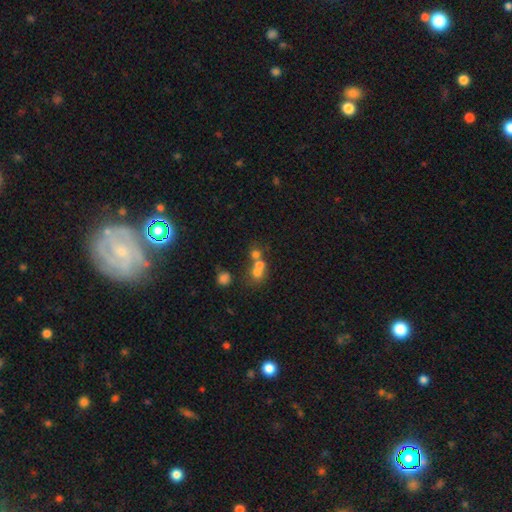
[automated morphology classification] This is possibly a smooth galaxy (48%). Merging: possibly merger (49%).